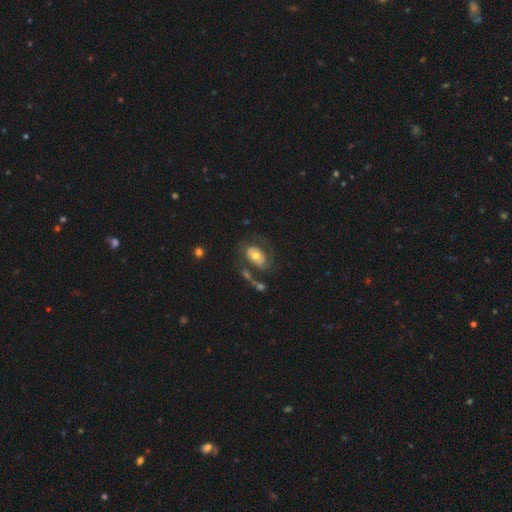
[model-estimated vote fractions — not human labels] Q: Smooth or featured?
A: featured or disk (51%); runner-up: smooth (42%)
Q: Edge-on disk?
A: no (93%); runner-up: yes (7%)
Q: Merging?
A: none (44%); runner-up: major disturbance (25%)